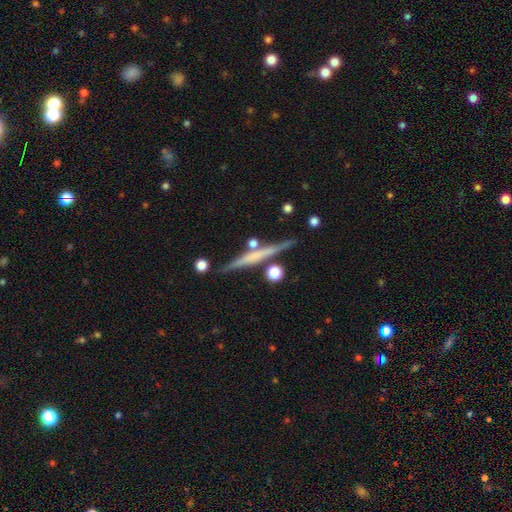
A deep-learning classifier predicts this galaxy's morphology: Q: Smooth or featured?
A: featured or disk (60%); runner-up: smooth (33%)
Q: Edge-on disk?
A: yes (97%); runner-up: no (3%)
Q: Edge-on bulge?
A: none (68%); runner-up: rounded (20%)
Q: Merging?
A: none (81%); runner-up: minor disturbance (10%)